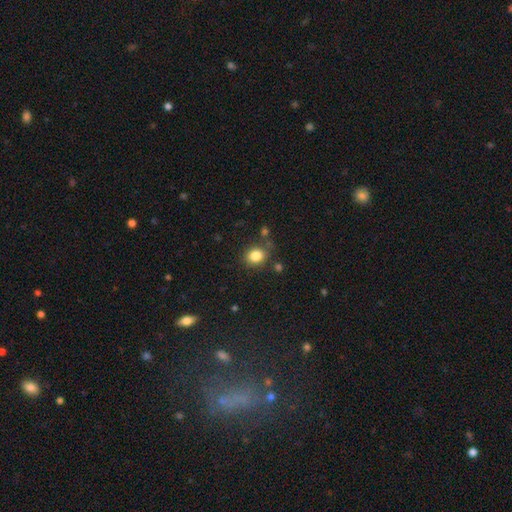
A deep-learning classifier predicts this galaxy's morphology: Smooth or featured: smooth — 83% (star or artifact — 11%)
How rounded: round — 64% (in between — 35%)
Merging: none — 79% (minor disturbance — 12%)